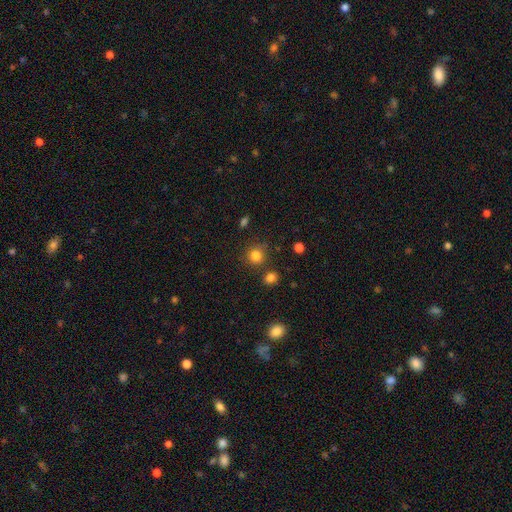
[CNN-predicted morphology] smooth-or-featured: smooth: 83% | star or artifact: 12% | featured or disk: 5%
  how-rounded: round: 90% | in between: 9% | cigar-shaped: 1%
  merging: none: 80% | minor disturbance: 10% | merger: 7% | major disturbance: 3%